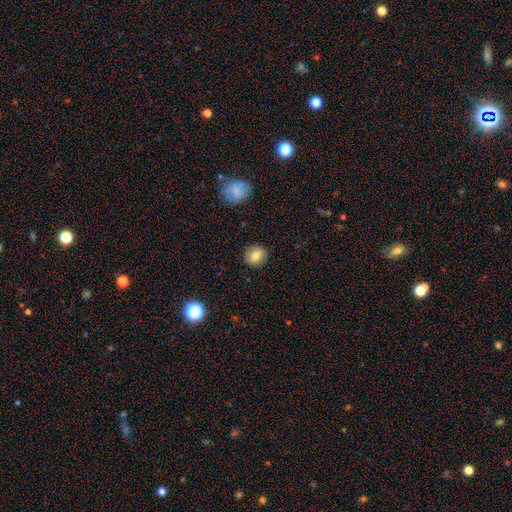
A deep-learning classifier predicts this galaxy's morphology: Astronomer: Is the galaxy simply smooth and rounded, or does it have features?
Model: smooth — 79%.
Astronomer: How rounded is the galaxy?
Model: round — 78%.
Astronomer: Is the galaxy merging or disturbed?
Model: none — 88%.